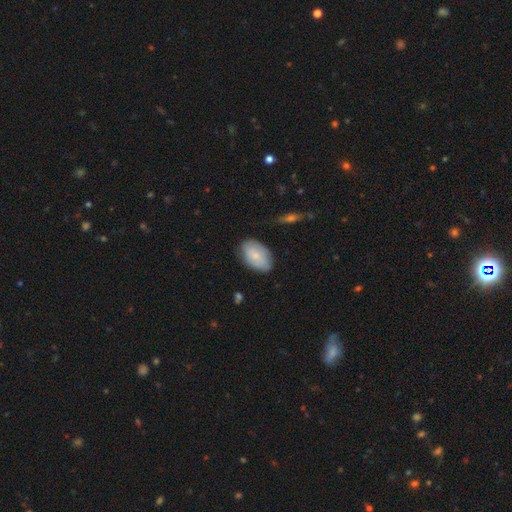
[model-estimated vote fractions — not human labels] The model was most divided on "merging": none: 77%, minor disturbance: 18%, major disturbance: 4%, merger: 2%. More confident: how rounded — in between (91%); smooth or featured — smooth (77%).